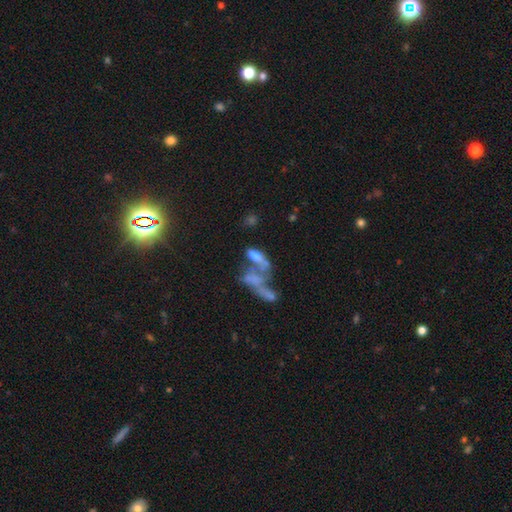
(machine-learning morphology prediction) This is possibly a smooth galaxy (53%). How rounded: likely in between (67%). Merging: possibly merger (59%).